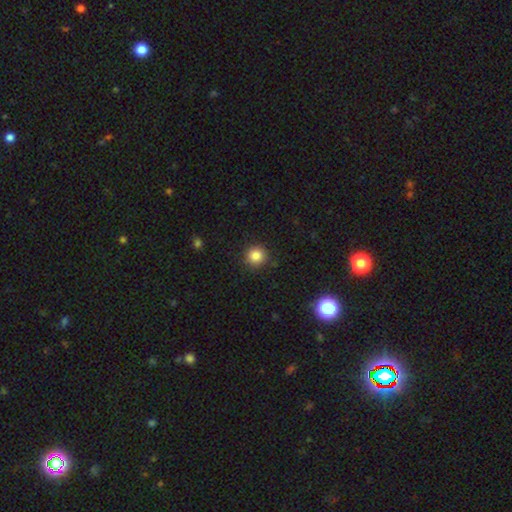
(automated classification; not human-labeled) smooth-or-featured: smooth: 84% | star or artifact: 11% | featured or disk: 4%
  how-rounded: round: 94% | in between: 5% | cigar-shaped: 1%
  merging: none: 90% | minor disturbance: 7% | major disturbance: 2% | merger: 1%